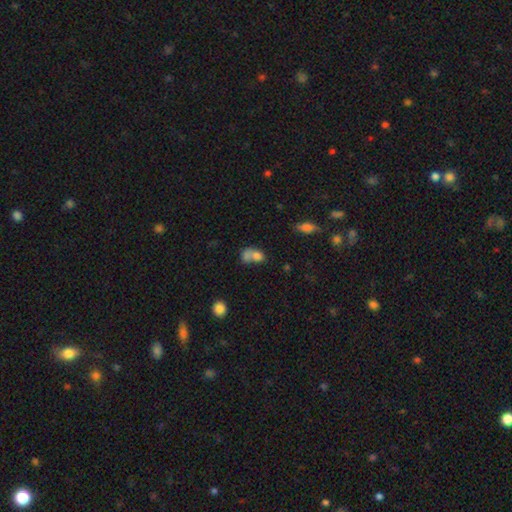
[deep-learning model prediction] smooth 74%, featured or disk 15%, star or artifact 11%. Down the decision tree: how rounded — in between (60%); merging — merger (64%).